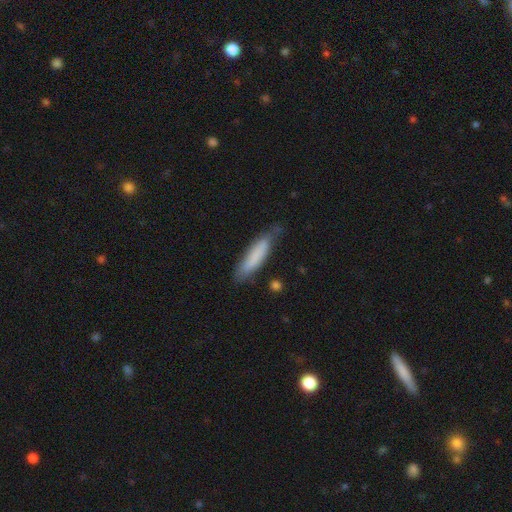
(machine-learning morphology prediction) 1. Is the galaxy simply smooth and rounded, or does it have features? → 78% smooth, 16% featured or disk, 6% star or artifact.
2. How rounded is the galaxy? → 78% cigar-shaped, 21% in between, 1% round.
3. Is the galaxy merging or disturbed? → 66% none, 26% minor disturbance, 5% major disturbance, 3% merger.